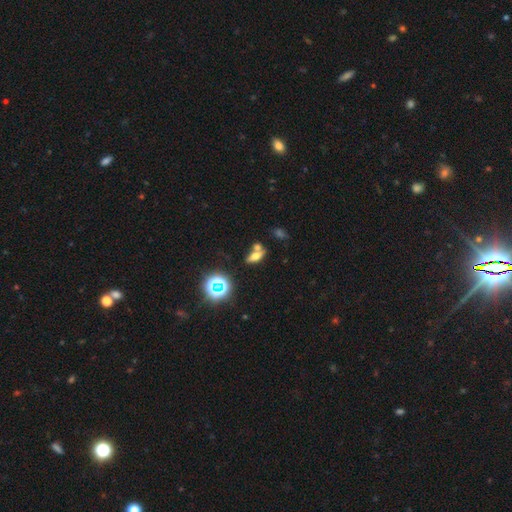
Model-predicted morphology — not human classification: A smooth galaxy with no disk features (54%) that is in between round and cigar-shaped (69%).

Vote fractions:
- Smooth or featured? smooth: 54% / featured or disk: 25% / star or artifact: 21%
- How rounded? in between: 69% / cigar-shaped: 19% / round: 11%
- Merging? none: 47% / merger: 36% / minor disturbance: 12% / major disturbance: 5%